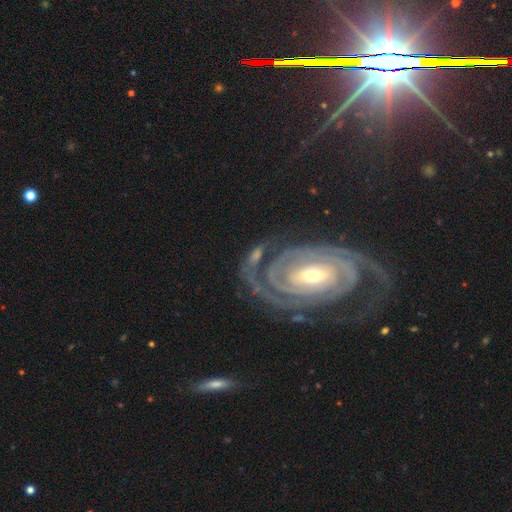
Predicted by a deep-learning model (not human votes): Overall: featured or disk (80%). Edge-on disk: no (94%). Bar: no (48%; weak 28%). Spiral arms: yes (93%). Spiral arm count: 2 (50%; can't tell 21%). Spiral winding: tight (77%). Bulge size: moderate (49%; small 42%). Merging: none (62%).